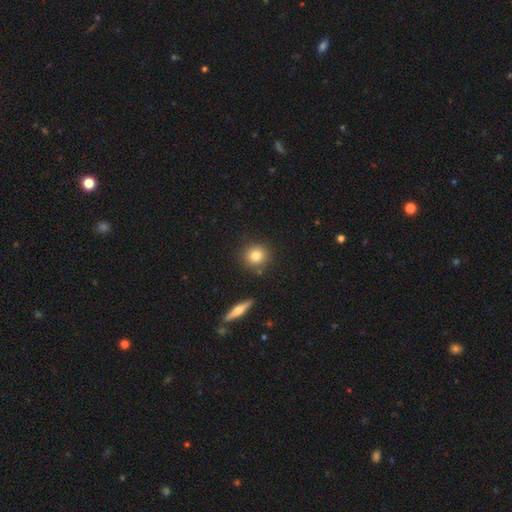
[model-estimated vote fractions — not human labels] Morphology: type=smooth (80%); roundness=round (90%); merging=none (86%).